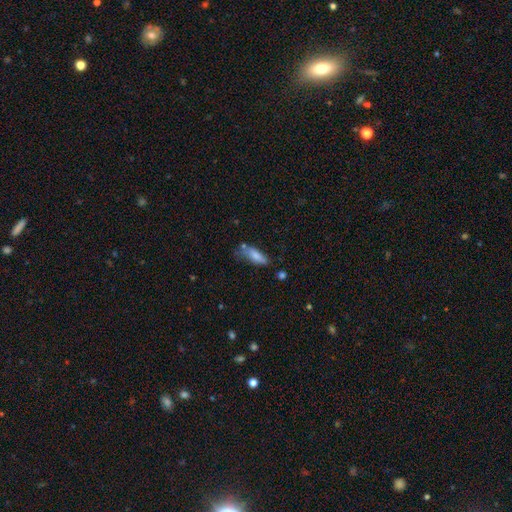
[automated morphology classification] Smooth or featured: smooth — 78% (featured or disk — 15%)
How rounded: in between — 60% (cigar-shaped — 38%)
Merging: none — 49% (minor disturbance — 32%)